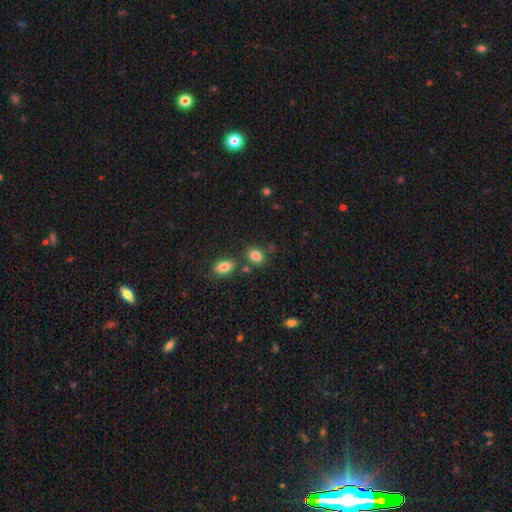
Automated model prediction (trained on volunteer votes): Smooth or featured? Predicted: smooth (p=0.84). How rounded? Predicted: in between (p=0.50). Merging? Predicted: none (p=0.71).